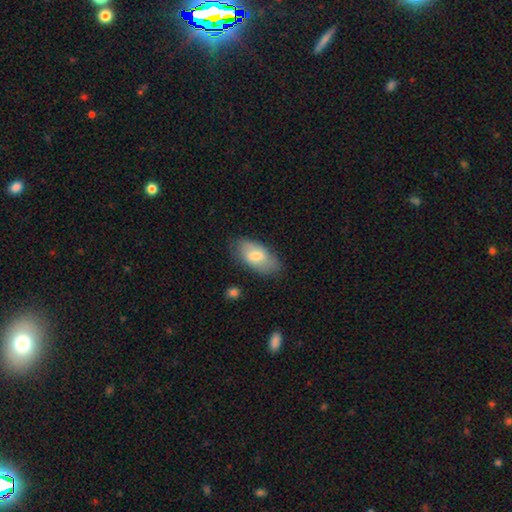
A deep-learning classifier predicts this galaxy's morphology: Overall: smooth (71%). How rounded: in between (93%). Merging: none (77%).